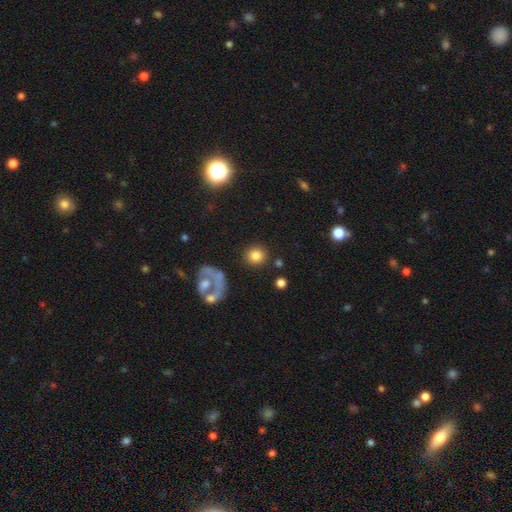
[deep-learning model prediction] Smooth or featured? Predicted: smooth (p=0.80). How rounded? Predicted: round (p=0.90). Merging? Predicted: none (p=0.84).